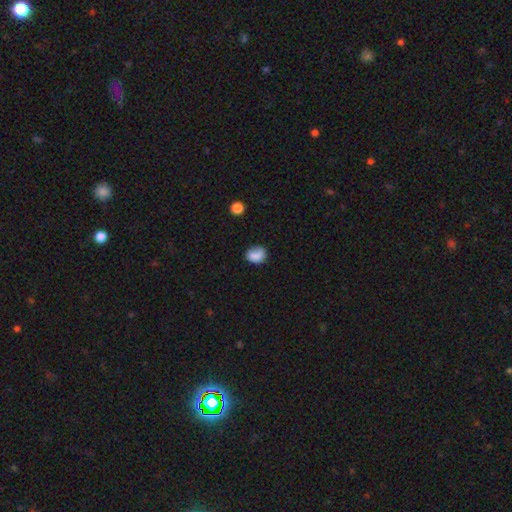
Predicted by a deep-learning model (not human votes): smooth 82%, star or artifact 9%, featured or disk 8%. Down the decision tree: how rounded — in between (51%); merging — none (65%).